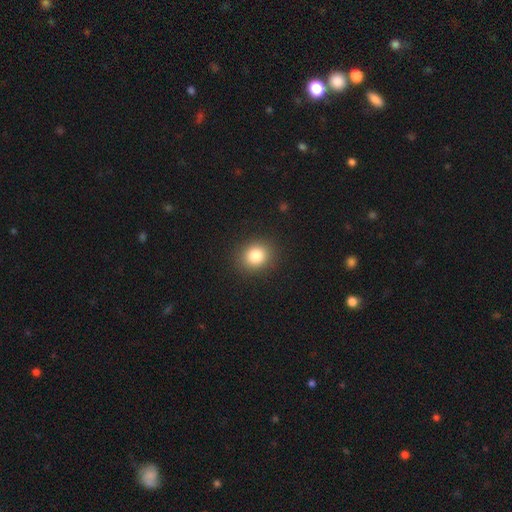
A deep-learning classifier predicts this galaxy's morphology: Overall: smooth (83%). How rounded: round (73%). Merging: none (90%).